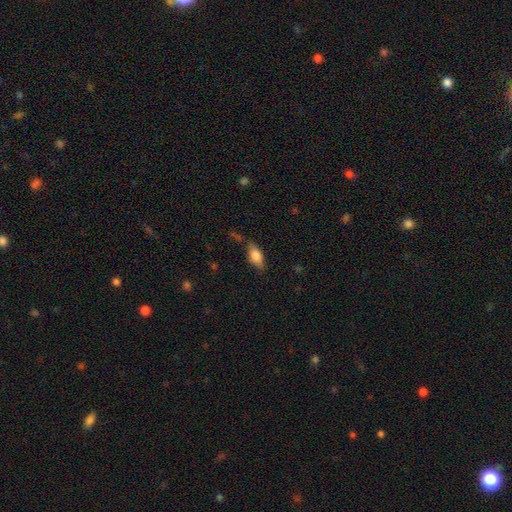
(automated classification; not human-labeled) smooth 74%, featured or disk 18%, star or artifact 8%. Down the decision tree: how rounded — in between (83%); merging — none (69%).